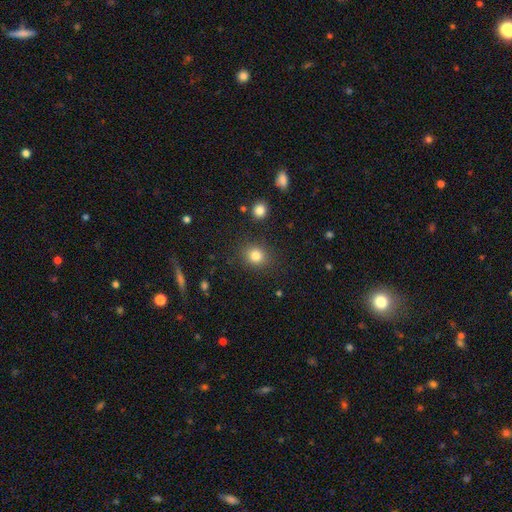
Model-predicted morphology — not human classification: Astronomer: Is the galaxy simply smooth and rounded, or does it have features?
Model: smooth — 82%.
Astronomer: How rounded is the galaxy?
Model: round — 73%.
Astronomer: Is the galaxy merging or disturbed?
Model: none — 87%.